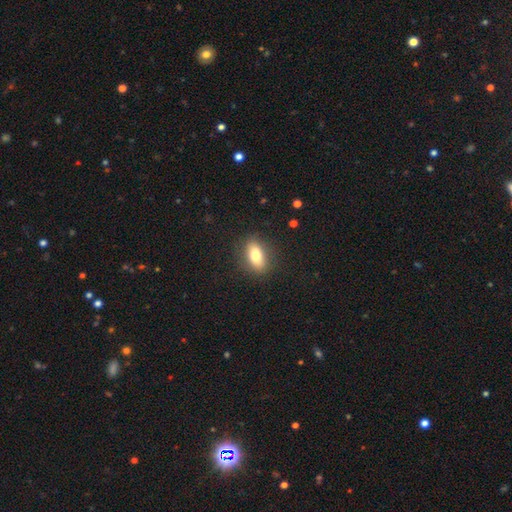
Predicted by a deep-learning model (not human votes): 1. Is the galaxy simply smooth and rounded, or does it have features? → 75% smooth, 17% featured or disk, 8% star or artifact.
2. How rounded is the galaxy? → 82% in between, 10% round, 8% cigar-shaped.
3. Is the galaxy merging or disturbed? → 86% none, 10% minor disturbance, 3% major disturbance, 1% merger.